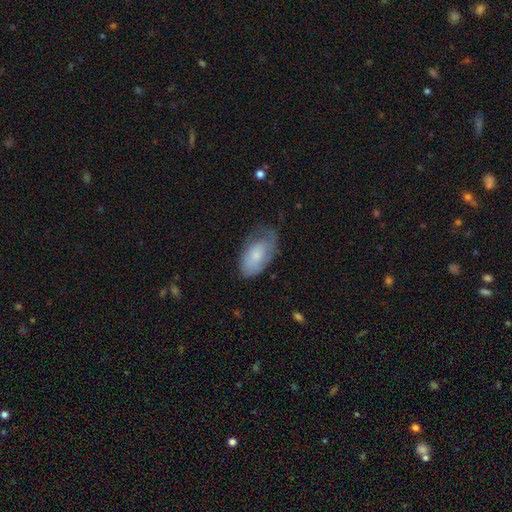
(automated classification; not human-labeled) Smooth or featured?
  - smooth: 67% *
  - featured or disk: 26%
  - star or artifact: 6%
How rounded?
  - in between: 94% *
  - round: 4%
  - cigar-shaped: 3%
Merging?
  - none: 49% *
  - minor disturbance: 33%
  - major disturbance: 16%
  - merger: 2%